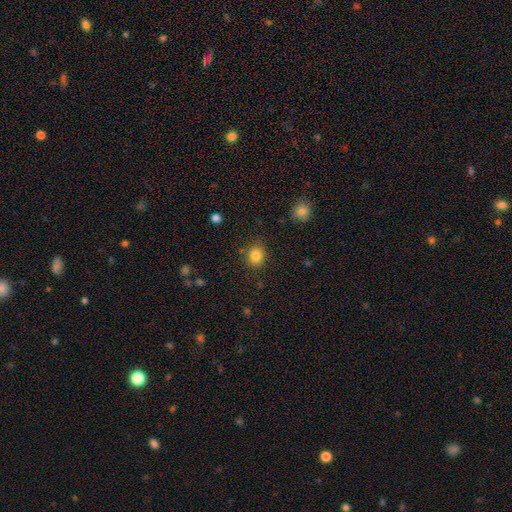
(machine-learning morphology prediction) Smooth or featured? smooth (83%)
How rounded? round (70%)
Merging? none (84%)